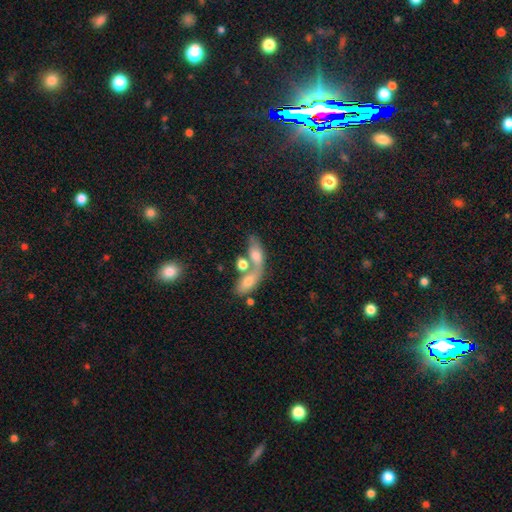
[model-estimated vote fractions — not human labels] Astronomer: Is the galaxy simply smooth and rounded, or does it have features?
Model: smooth — 65%.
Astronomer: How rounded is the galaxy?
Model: in between — 77%.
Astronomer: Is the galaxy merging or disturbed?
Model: merger — 56%.